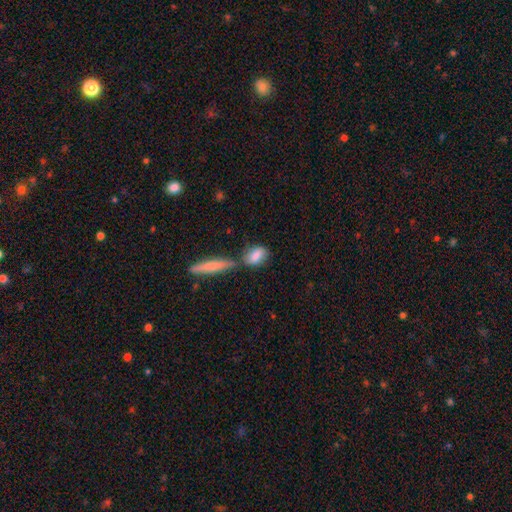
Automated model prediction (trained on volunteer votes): Smooth or featured? smooth (79%)
How rounded? in between (74%)
Merging? none (57%)